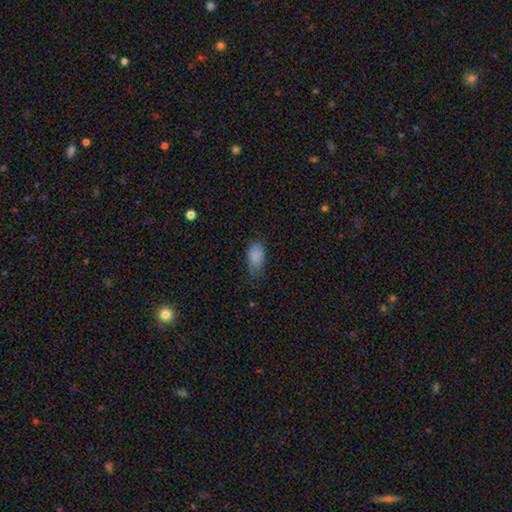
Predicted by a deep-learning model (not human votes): This is clearly a smooth galaxy (86%). How rounded: clearly in between (92%). Merging: possibly none (59%).